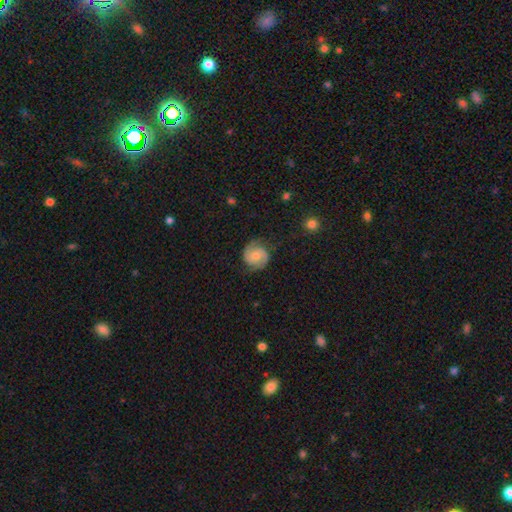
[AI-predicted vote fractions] The model was most divided on "spiral winding": medium: 46%, tight: 42%, loose: 12%. More confident: edge-on disk — no (98%); spiral arms — yes (96%); spiral arm count — 2 (91%); merging — none (78%); smooth or featured — featured or disk (76%); bar — no (64%); bulge size — moderate (53%).